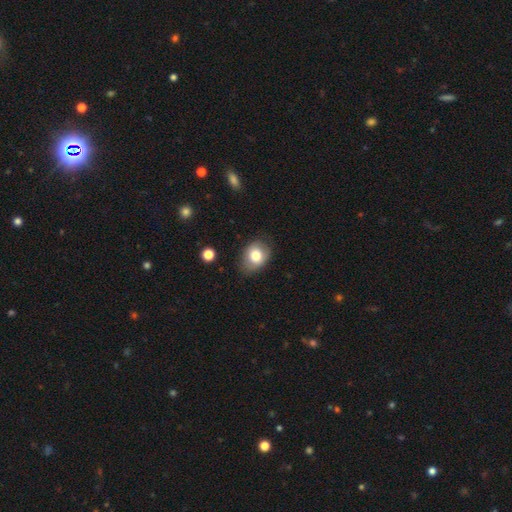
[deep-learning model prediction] smooth_or_featured: smooth (p=0.76) [alt: featured or disk p=0.15]
how_rounded: in between (p=0.60) [alt: round p=0.39]
merging: none (p=0.73) [alt: minor disturbance p=0.21]